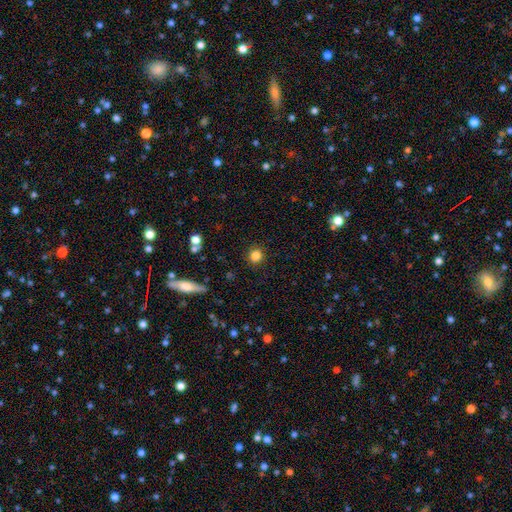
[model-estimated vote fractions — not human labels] This appears to be a smooth galaxy with no disk features (83%) that is round (89%). Merging: none (90%).